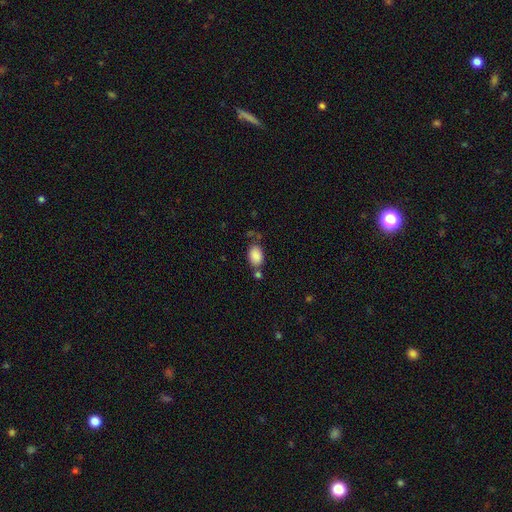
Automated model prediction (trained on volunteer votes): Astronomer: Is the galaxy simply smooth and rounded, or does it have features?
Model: smooth — 87%.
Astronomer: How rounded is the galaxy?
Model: in between — 84%.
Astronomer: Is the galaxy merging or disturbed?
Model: none — 56%.